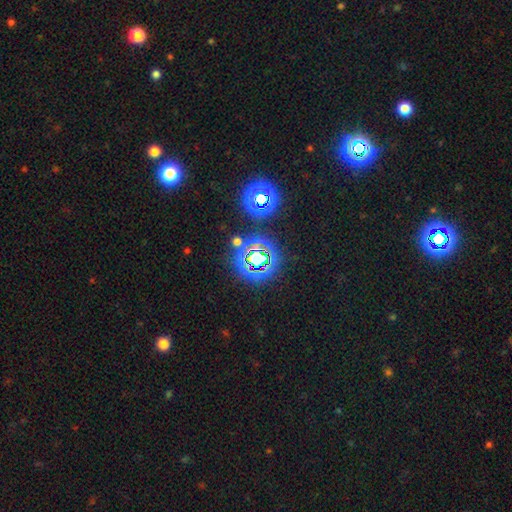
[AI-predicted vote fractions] smooth-or-featured: star or artifact: 63% | smooth: 23% | featured or disk: 14%